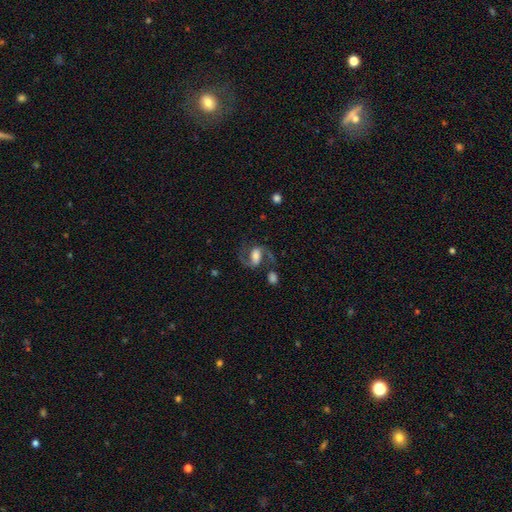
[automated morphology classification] A featured or disk galaxy (83%) with a weak bar (43%), 2 (93%) medium (52%) spiral arms (96%) and a moderate central bulge (48%).

Vote fractions:
- Smooth or featured? featured or disk: 83% / smooth: 10% / star or artifact: 7%
- Edge-on disk? no: 97% / yes: 3%
- Bar? weak: 43% / strong: 34% / no: 23%
- Spiral arms? yes: 96% / no: 4%
- Spiral winding? medium: 52% / loose: 39% / tight: 9%
- Spiral arm count? 2: 93% / 1: 2% / can't tell: 2% / 3: 1% / 4: 1% / more than 4: 1%
- Bulge size? moderate: 48% / large: 23% / small: 21% / none: 5% / dominant: 3%
- Merging? none: 67% / minor disturbance: 14% / major disturbance: 12% / merger: 8%